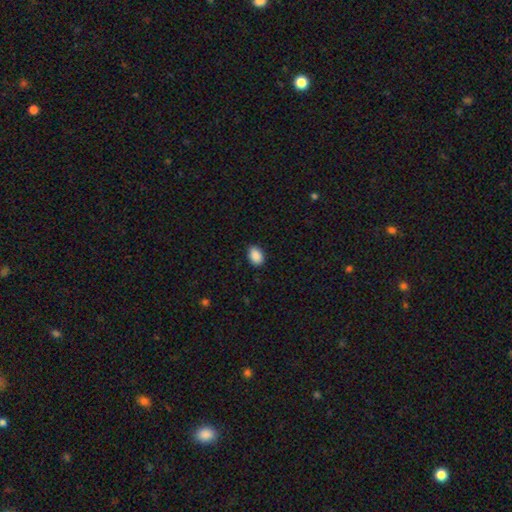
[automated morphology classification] smooth_or_featured: smooth (p=0.90) [alt: star or artifact p=0.07]
how_rounded: in between (p=0.84) [alt: round p=0.15]
merging: none (p=0.87) [alt: minor disturbance p=0.10]